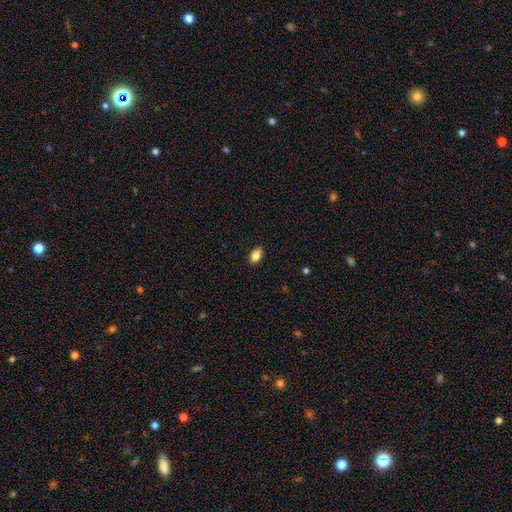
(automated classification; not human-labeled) smooth_or_featured: smooth (p=0.85) [alt: star or artifact p=0.08]
how_rounded: in between (p=0.90) [alt: round p=0.07]
merging: none (p=0.89) [alt: minor disturbance p=0.08]